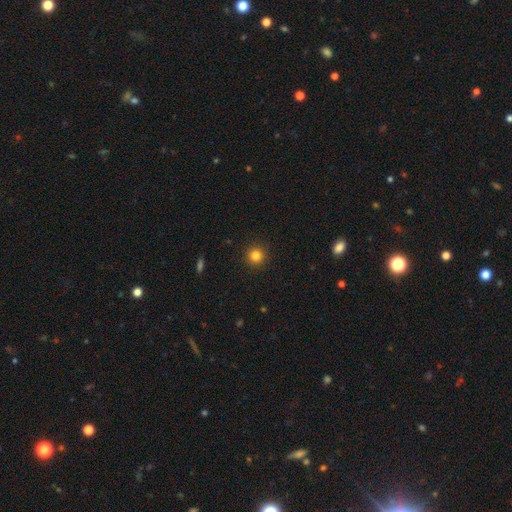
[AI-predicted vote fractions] Q: Smooth or featured?
A: smooth (83%); runner-up: star or artifact (12%)
Q: How rounded?
A: round (95%); runner-up: in between (4%)
Q: Merging?
A: none (92%); runner-up: minor disturbance (5%)